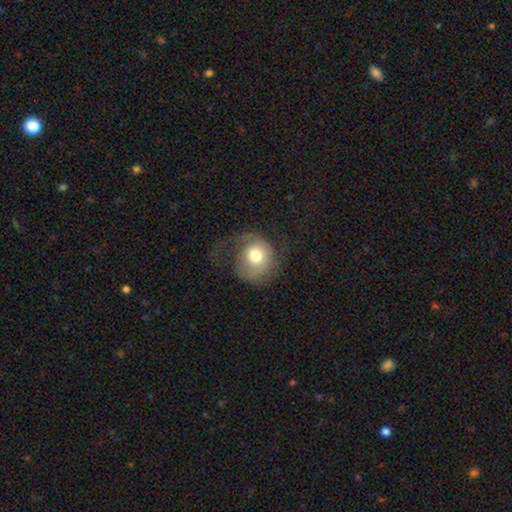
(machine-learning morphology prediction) The model was most divided on "merging": none: 44%, major disturbance: 32%, minor disturbance: 22%, merger: 2%. More confident: how rounded — round (83%); smooth or featured — smooth (60%).